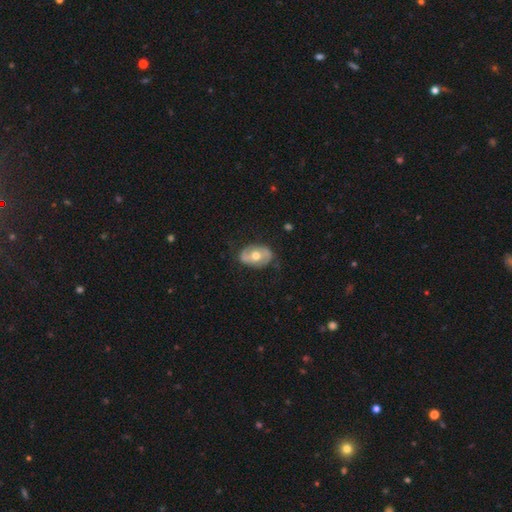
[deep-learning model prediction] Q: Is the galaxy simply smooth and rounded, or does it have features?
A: featured or disk — 57%.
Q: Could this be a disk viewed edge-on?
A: no — 94%.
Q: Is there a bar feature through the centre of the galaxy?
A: no — 59%.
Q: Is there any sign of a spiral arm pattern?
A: yes — 61%.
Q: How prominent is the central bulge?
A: moderate — 80%.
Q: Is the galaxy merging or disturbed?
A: none — 73%.